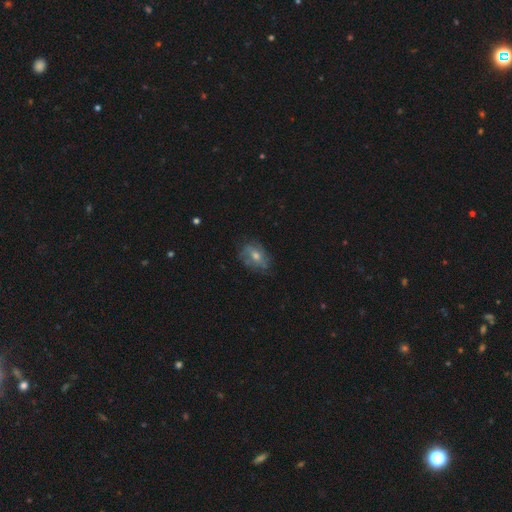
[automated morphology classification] Q: Smooth or featured?
A: featured or disk (48%); runner-up: smooth (38%)
Q: Merging?
A: none (66%); runner-up: minor disturbance (23%)